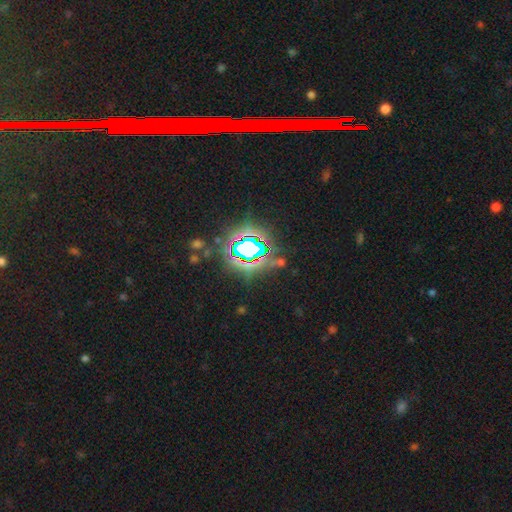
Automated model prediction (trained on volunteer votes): This is clearly a star or artifact rather than a galaxy (83%).